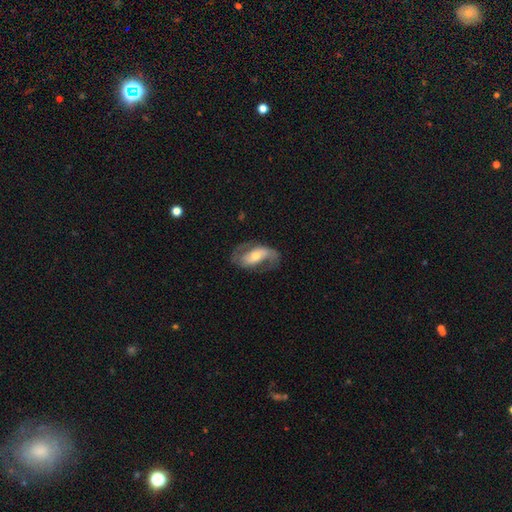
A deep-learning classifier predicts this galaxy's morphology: type=featured or disk (75%); edge-on=no (94%); bar=strong (37%); spiral arms=yes (85%); winding=medium (46%); arm count=2 (84%); bulge=moderate (55%); merging=none (66%).